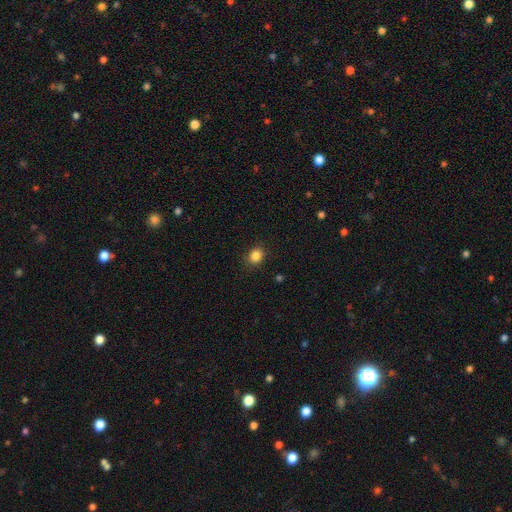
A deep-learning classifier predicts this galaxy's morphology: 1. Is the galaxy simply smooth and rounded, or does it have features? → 85% smooth, 11% star or artifact, 4% featured or disk.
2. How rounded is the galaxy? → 60% round, 39% in between, 1% cigar-shaped.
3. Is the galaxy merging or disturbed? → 88% none, 9% minor disturbance, 2% major disturbance, 1% merger.